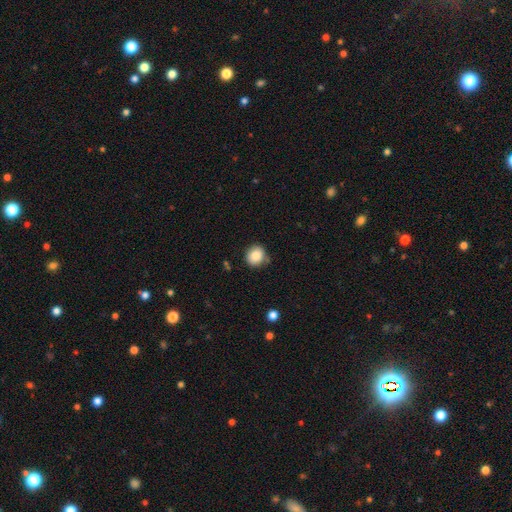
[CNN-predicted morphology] smooth_or_featured: smooth (p=0.86) [alt: star or artifact p=0.09]
how_rounded: round (p=0.82) [alt: in between p=0.18]
merging: none (p=0.80) [alt: minor disturbance p=0.14]